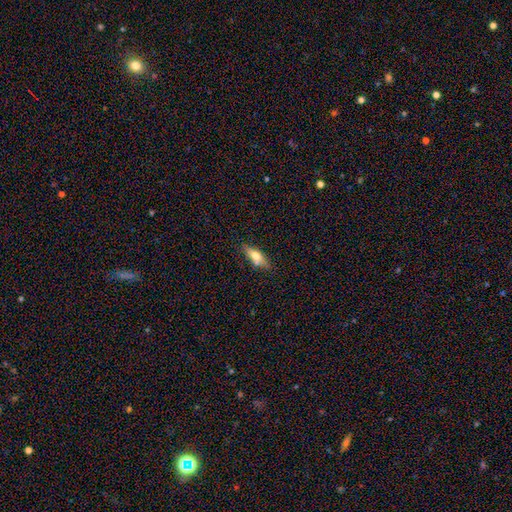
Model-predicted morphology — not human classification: Q: Smooth or featured?
A: smooth (59%); runner-up: featured or disk (33%)
Q: How rounded?
A: in between (55%); runner-up: cigar-shaped (41%)
Q: Merging?
A: none (74%); runner-up: minor disturbance (15%)